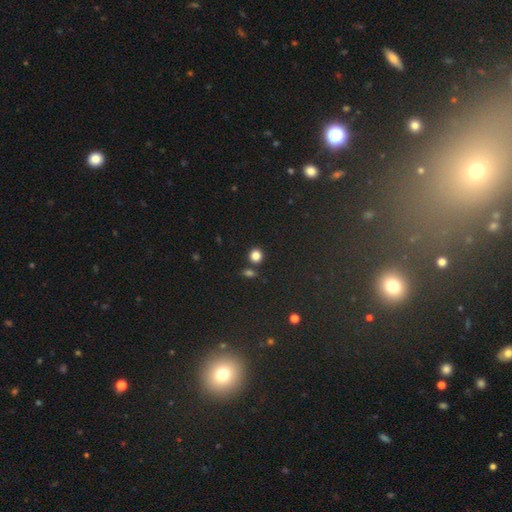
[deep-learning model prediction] smooth_or_featured: smooth (p=0.83) [alt: star or artifact p=0.13]
how_rounded: round (p=0.84) [alt: in between p=0.15]
merging: none (p=0.77) [alt: merger p=0.13]